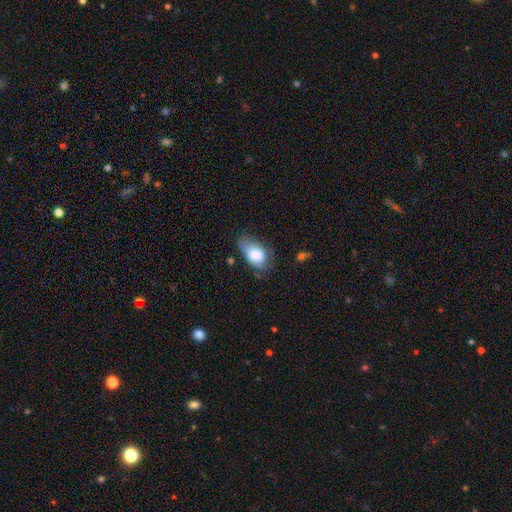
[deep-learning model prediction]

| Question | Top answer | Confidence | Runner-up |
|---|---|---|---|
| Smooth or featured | smooth | 73% | featured or disk (20%) |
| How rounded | in between | 91% | round (7%) |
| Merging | minor disturbance | 40% | none (38%) |